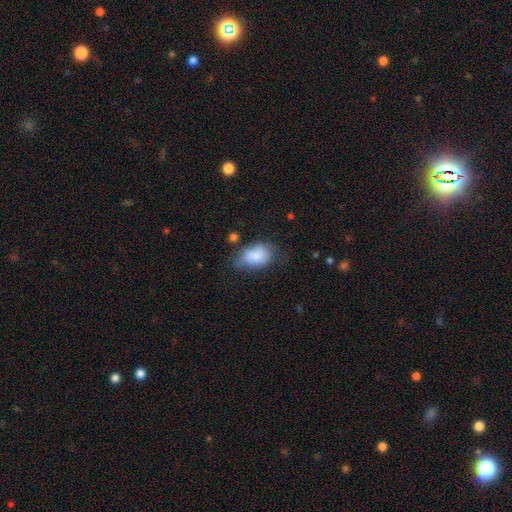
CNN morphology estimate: A smooth galaxy with no disk features (80%) that is in between round and cigar-shaped (87%).

Vote fractions:
- Smooth or featured? smooth: 80% / featured or disk: 13% / star or artifact: 7%
- How rounded? in between: 87% / round: 12% / cigar-shaped: 1%
- Merging? none: 54% / minor disturbance: 31% / major disturbance: 11% / merger: 4%